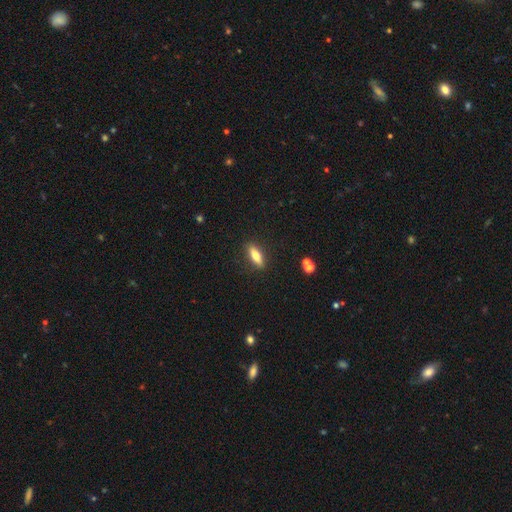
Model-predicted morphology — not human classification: This is likely a smooth galaxy (63%). How rounded: possibly in between (50%). Merging: clearly none (87%).